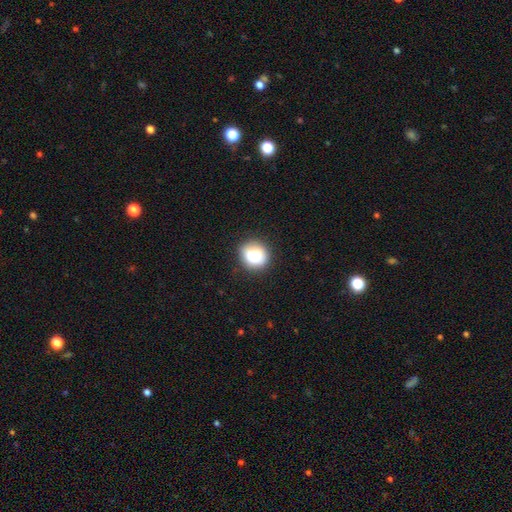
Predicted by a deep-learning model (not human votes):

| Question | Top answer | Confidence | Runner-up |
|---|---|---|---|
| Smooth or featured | smooth | 82% | star or artifact (10%) |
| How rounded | round | 77% | in between (22%) |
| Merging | none | 86% | minor disturbance (10%) |